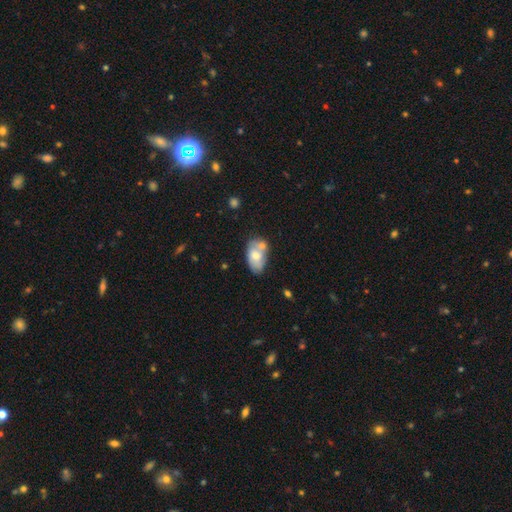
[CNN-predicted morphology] A smooth galaxy with no disk features (62%) that is in between round and cigar-shaped (91%).

Vote fractions:
- Smooth or featured? smooth: 62% / featured or disk: 31% / star or artifact: 7%
- How rounded? in between: 91% / round: 8% / cigar-shaped: 2%
- Merging? none: 38% / merger: 36% / minor disturbance: 20% / major disturbance: 6%